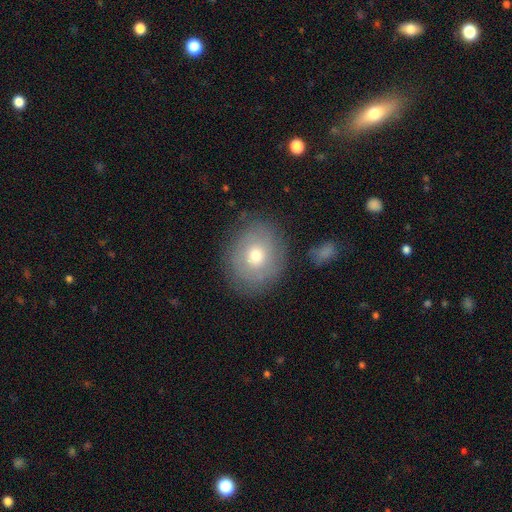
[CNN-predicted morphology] A smooth galaxy with no disk features (60%) that is round (62%).

Vote fractions:
- Smooth or featured? smooth: 60% / featured or disk: 31% / star or artifact: 9%
- How rounded? round: 62% / in between: 37% / cigar-shaped: 1%
- Merging? none: 79% / minor disturbance: 14% / major disturbance: 5% / merger: 2%